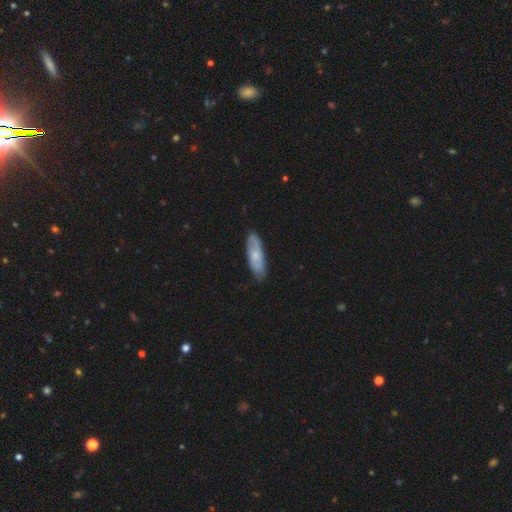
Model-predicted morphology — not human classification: This appears to be a smooth galaxy with no disk features (60%) that is cigar-shaped (52%). Merging: none (81%).